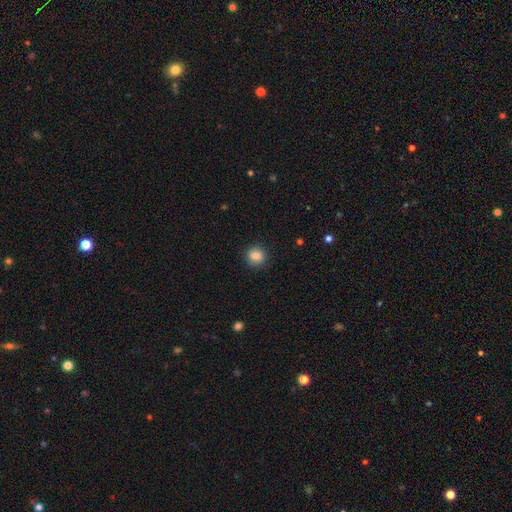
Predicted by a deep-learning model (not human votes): smooth-or-featured: smooth: 85% | star or artifact: 10% | featured or disk: 5%
  how-rounded: round: 87% | in between: 12% | cigar-shaped: 1%
  merging: none: 90% | minor disturbance: 7% | major disturbance: 2% | merger: 1%